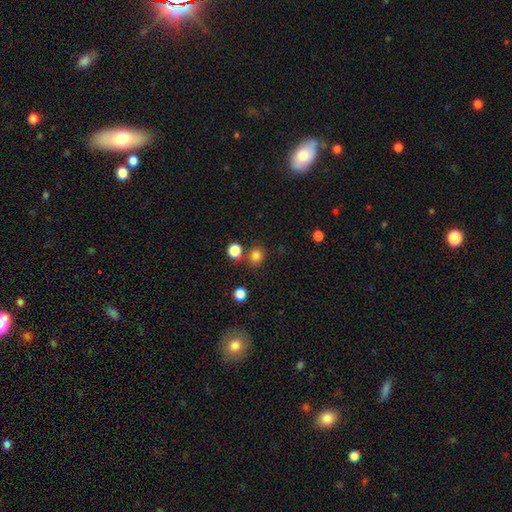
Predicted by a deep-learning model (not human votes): smooth 81%, star or artifact 15%, featured or disk 5%. Down the decision tree: how rounded — round (80%); merging — none (74%).